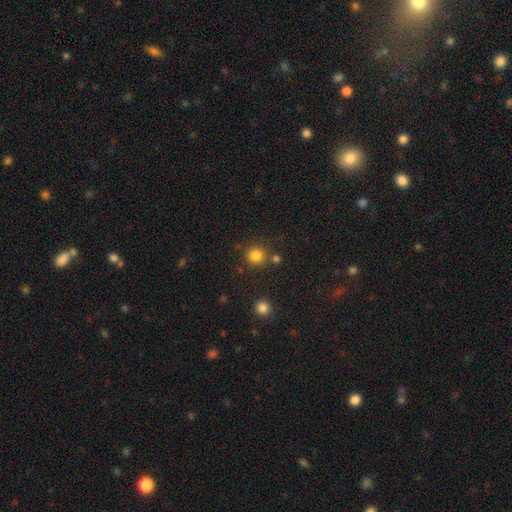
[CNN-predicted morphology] smooth_or_featured: smooth (p=0.82) [alt: star or artifact p=0.13]
how_rounded: round (p=0.92) [alt: in between p=0.07]
merging: none (p=0.81) [alt: merger p=0.08]